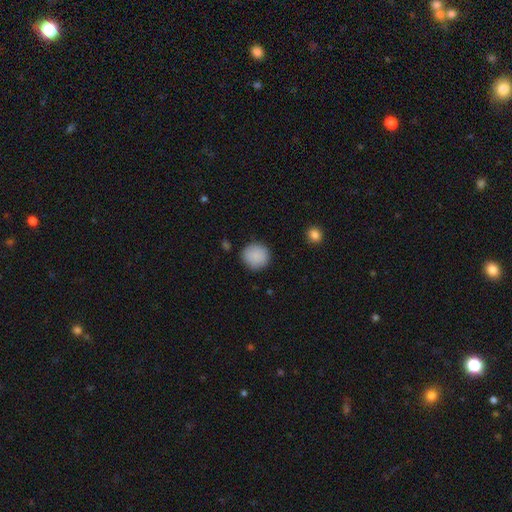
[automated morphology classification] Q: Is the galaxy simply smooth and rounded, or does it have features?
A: smooth — 89%.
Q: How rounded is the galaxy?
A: round — 93%.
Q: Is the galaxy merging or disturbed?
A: none — 89%.